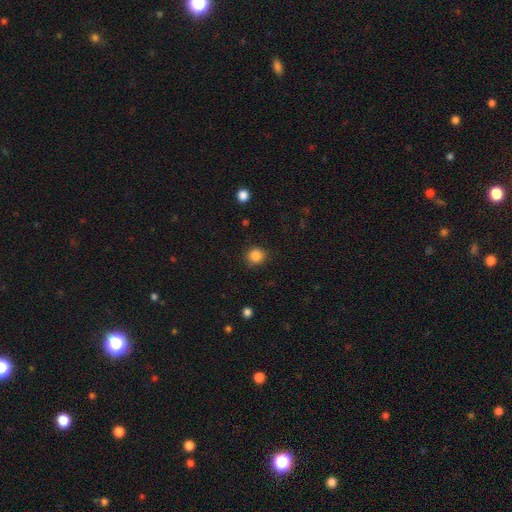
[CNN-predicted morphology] type=smooth (86%); roundness=round (91%); merging=none (87%).